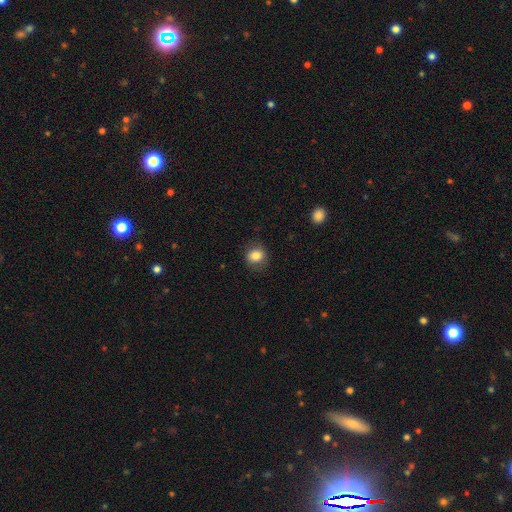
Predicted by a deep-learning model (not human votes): The model was most divided on "how rounded": round: 66%, in between: 33%, cigar-shaped: 1%. More confident: smooth or featured — smooth (83%); merging — none (81%).